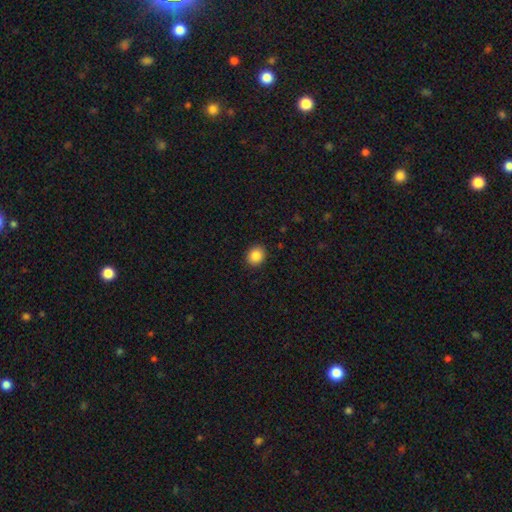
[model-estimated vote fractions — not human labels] Smooth or featured? Predicted: smooth (p=0.87). How rounded? Predicted: round (p=0.66). Merging? Predicted: none (p=0.91).